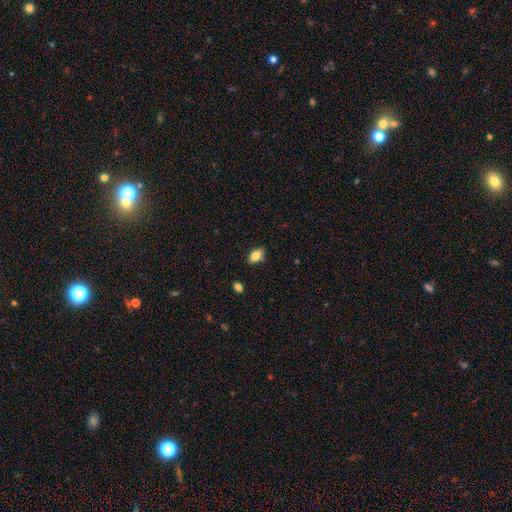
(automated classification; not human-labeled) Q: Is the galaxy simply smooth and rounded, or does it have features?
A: smooth — 83%.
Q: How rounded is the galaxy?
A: in between — 88%.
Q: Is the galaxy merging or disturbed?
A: none — 86%.